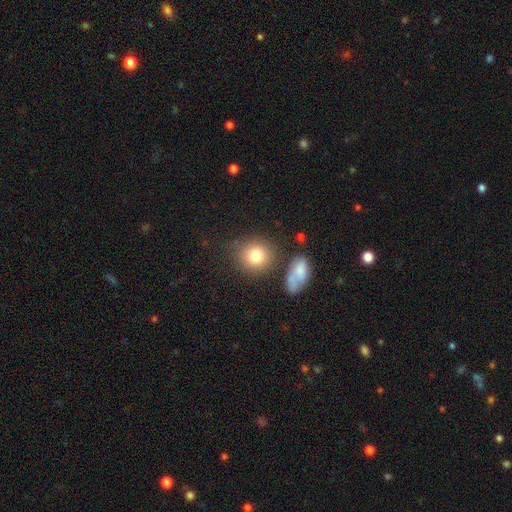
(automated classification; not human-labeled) Smooth or featured?
  - smooth: 81% *
  - star or artifact: 9%
  - featured or disk: 9%
How rounded?
  - round: 85% *
  - in between: 14%
  - cigar-shaped: 1%
Merging?
  - none: 75% *
  - minor disturbance: 12%
  - merger: 9%
  - major disturbance: 4%